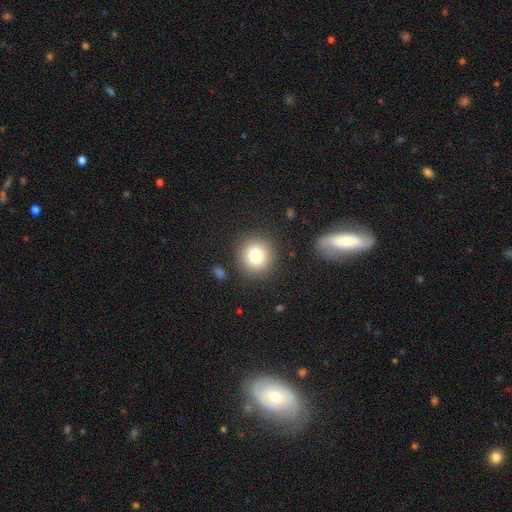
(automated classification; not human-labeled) Smooth or featured? Predicted: smooth (p=0.80). How rounded? Predicted: round (p=0.91). Merging? Predicted: none (p=0.88).